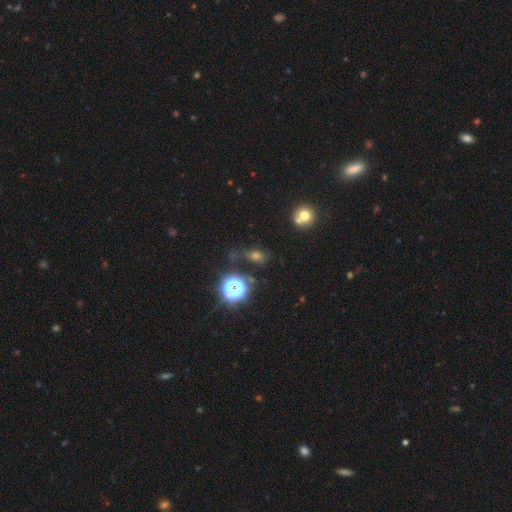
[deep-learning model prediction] Overall: smooth (49%; star or artifact 38%). Merging: none (67%).